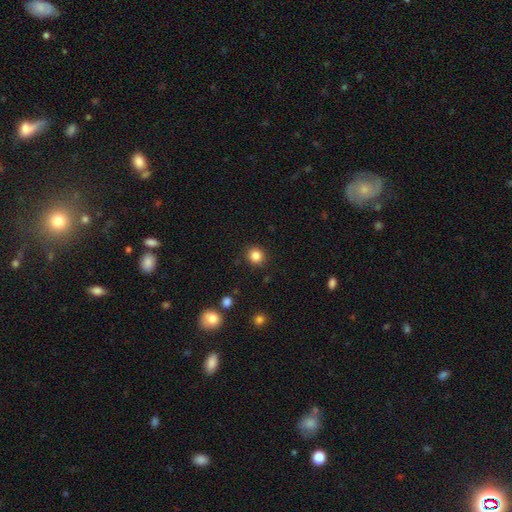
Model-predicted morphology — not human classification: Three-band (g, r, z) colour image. It shows a smooth galaxy with no disk features (84%) that is round (89%). Merging: none (90%).